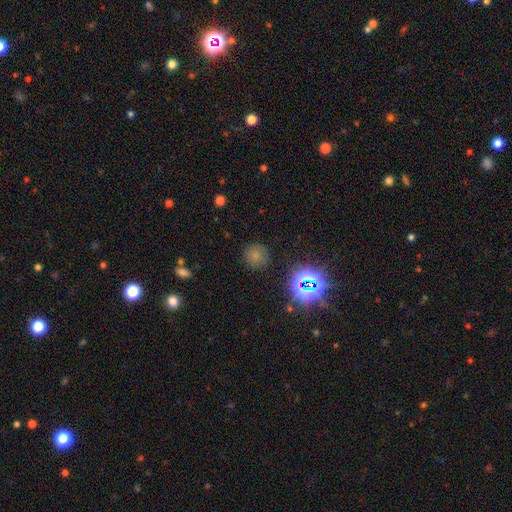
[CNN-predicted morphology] A smooth galaxy with no disk features (66%) that is round (92%).

Vote fractions:
- Smooth or featured? smooth: 66% / star or artifact: 26% / featured or disk: 8%
- How rounded? round: 92% / in between: 7% / cigar-shaped: 1%
- Merging? none: 84% / minor disturbance: 10% / major disturbance: 4% / merger: 2%